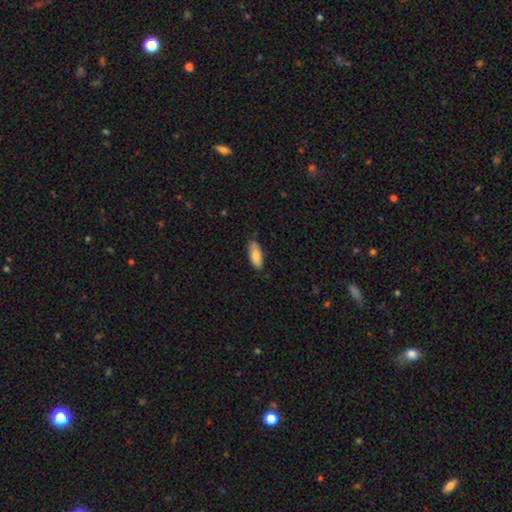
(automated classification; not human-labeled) A smooth galaxy with no disk features (88%) that is in between round and cigar-shaped (72%).

Vote fractions:
- Smooth or featured? smooth: 88% / featured or disk: 7% / star or artifact: 6%
- How rounded? in between: 72% / cigar-shaped: 26% / round: 2%
- Merging? none: 81% / minor disturbance: 16% / major disturbance: 2% / merger: 1%